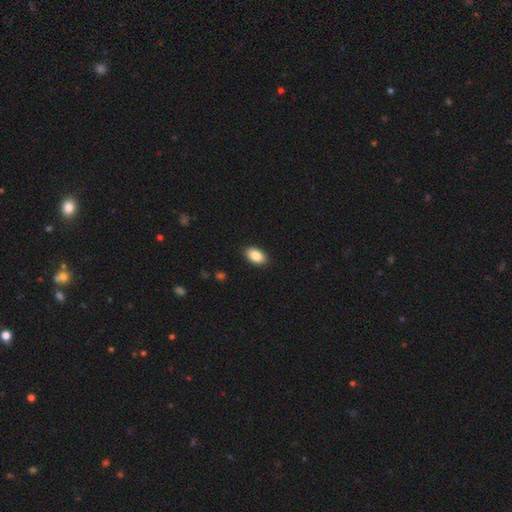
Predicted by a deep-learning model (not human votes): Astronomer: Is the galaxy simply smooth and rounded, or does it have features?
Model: smooth — 87%.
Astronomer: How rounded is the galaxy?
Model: in between — 93%.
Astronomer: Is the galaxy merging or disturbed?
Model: none — 89%.